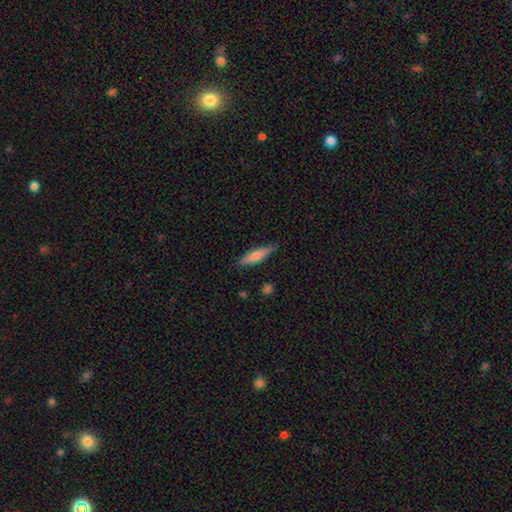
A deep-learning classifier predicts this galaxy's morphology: A smooth galaxy with no disk features (52%) that is cigar-shaped (83%).

Vote fractions:
- Smooth or featured? smooth: 52% / featured or disk: 41% / star or artifact: 7%
- How rounded? cigar-shaped: 83% / in between: 15% / round: 2%
- Merging? none: 85% / minor disturbance: 11% / major disturbance: 2% / merger: 1%